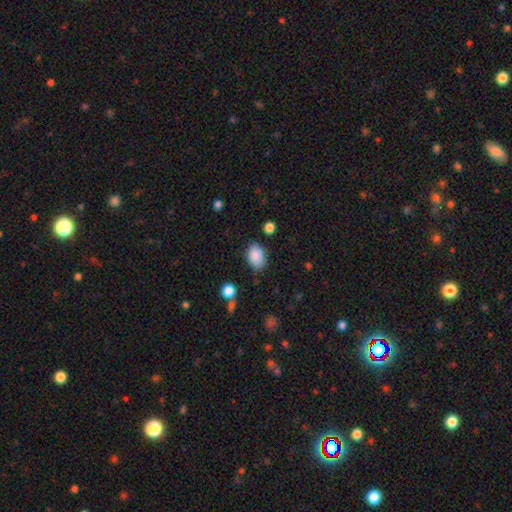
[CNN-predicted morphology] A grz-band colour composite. It shows a smooth galaxy with no disk features (88%) that is in between round and cigar-shaped (85%). Merging: none (79%).